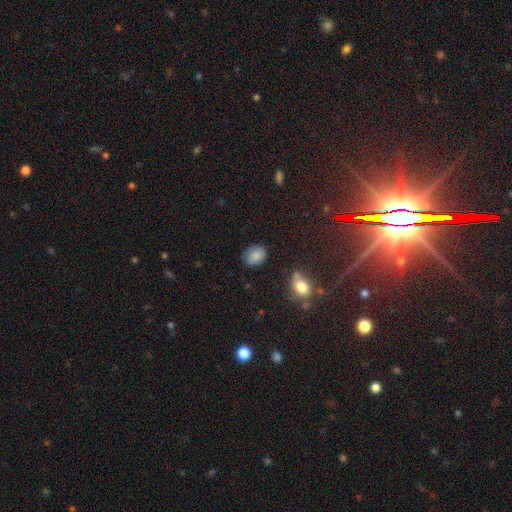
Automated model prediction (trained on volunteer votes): Smooth or featured? smooth (85%)
How rounded? in between (71%)
Merging? none (77%)